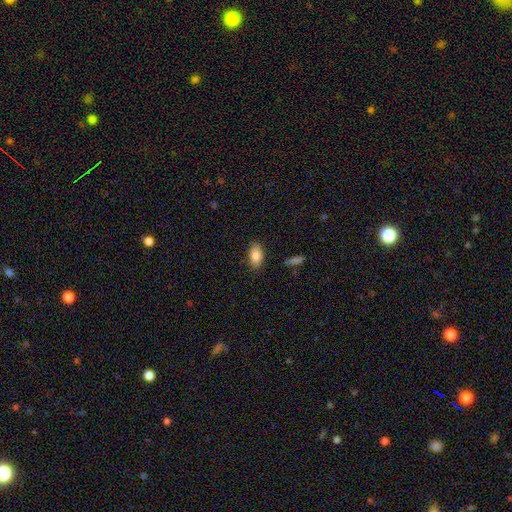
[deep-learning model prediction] Smooth or featured? Predicted: smooth (p=0.85). How rounded? Predicted: in between (p=0.92). Merging? Predicted: none (p=0.82).